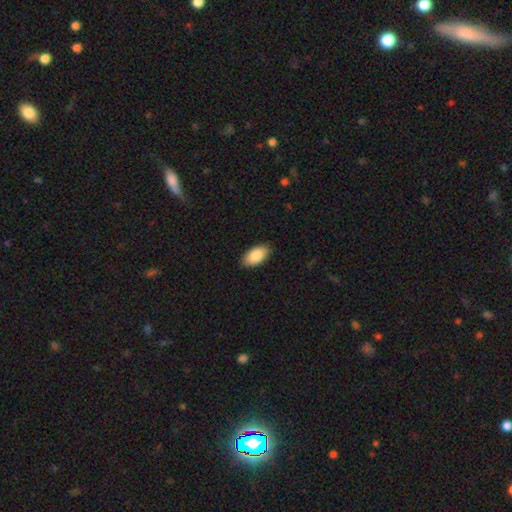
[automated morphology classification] smooth 88%, featured or disk 6%, star or artifact 6%. Down the decision tree: how rounded — in between (95%); merging — none (88%).